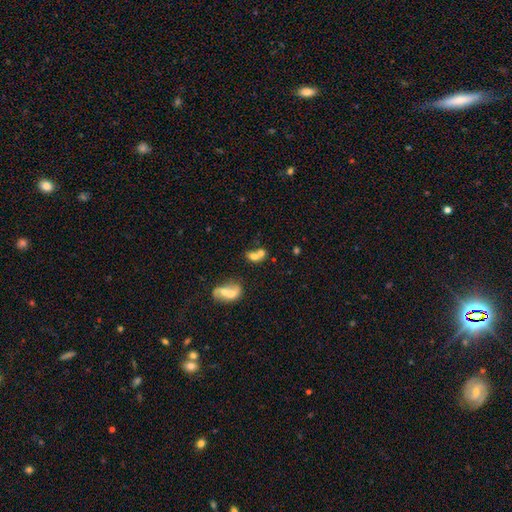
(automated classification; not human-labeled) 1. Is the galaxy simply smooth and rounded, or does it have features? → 69% smooth, 19% featured or disk, 12% star or artifact.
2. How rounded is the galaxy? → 56% in between, 41% round, 2% cigar-shaped.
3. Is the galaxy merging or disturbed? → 64% merger, 22% none, 8% minor disturbance, 6% major disturbance.